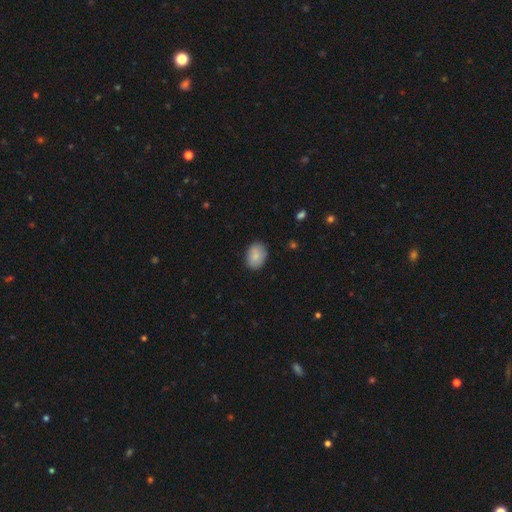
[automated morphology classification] The model was most divided on "how rounded": in between: 68%, round: 31%, cigar-shaped: 1%. More confident: merging — none (86%); smooth or featured — smooth (86%).